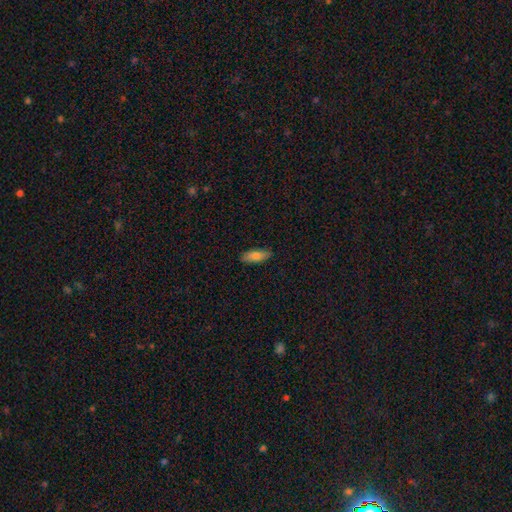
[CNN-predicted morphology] smooth-or-featured: smooth: 78% | featured or disk: 16% | star or artifact: 6%
  how-rounded: in between: 73% | cigar-shaped: 25% | round: 2%
  merging: none: 87% | minor disturbance: 10% | major disturbance: 2% | merger: 1%